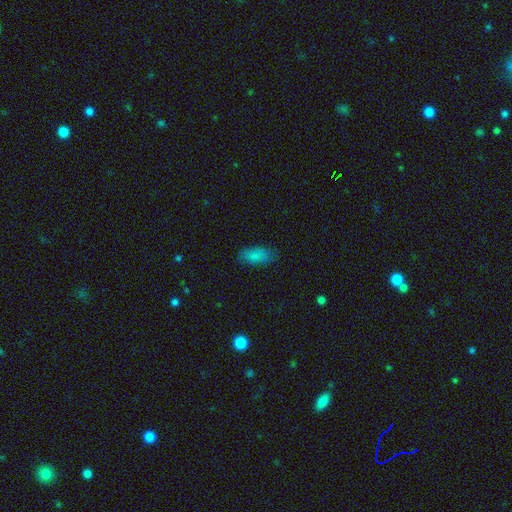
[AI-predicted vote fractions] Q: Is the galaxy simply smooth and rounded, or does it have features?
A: smooth — 84%.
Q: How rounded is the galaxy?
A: in between — 89%.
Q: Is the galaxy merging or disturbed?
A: none — 79%.